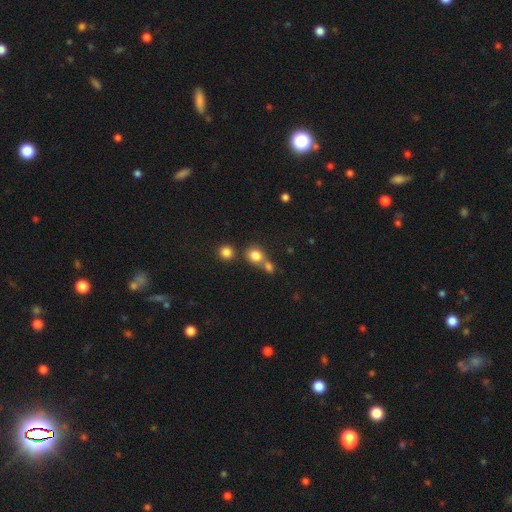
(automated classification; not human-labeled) smooth-or-featured: smooth: 80% | star or artifact: 12% | featured or disk: 7%
  how-rounded: round: 74% | in between: 25% | cigar-shaped: 1%
  merging: none: 48% | merger: 40% | minor disturbance: 9% | major disturbance: 4%